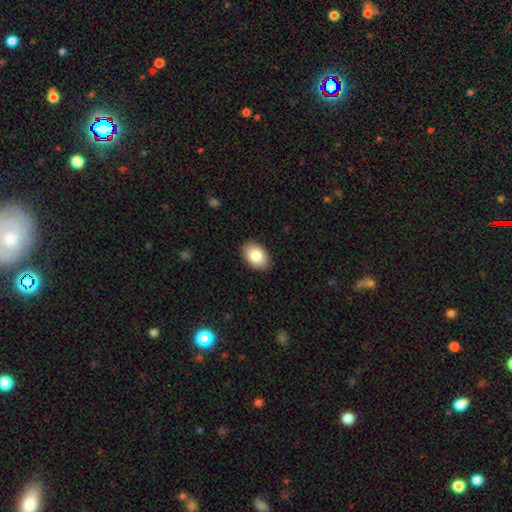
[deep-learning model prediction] Morphology: type=smooth (85%); roundness=in between (90%); merging=none (89%).